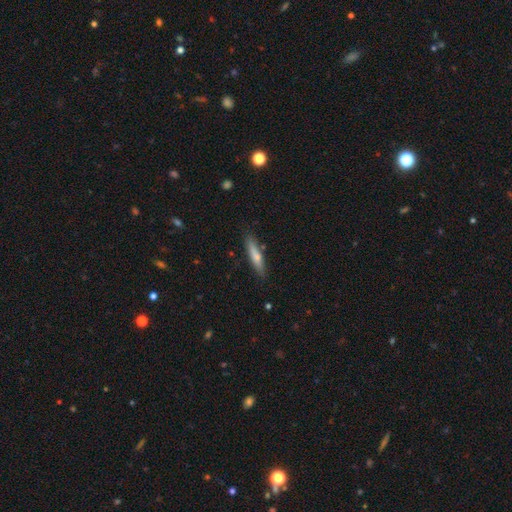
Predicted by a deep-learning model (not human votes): smooth 71%, featured or disk 23%, star or artifact 6%. Down the decision tree: how rounded — cigar-shaped (85%); merging — none (82%).